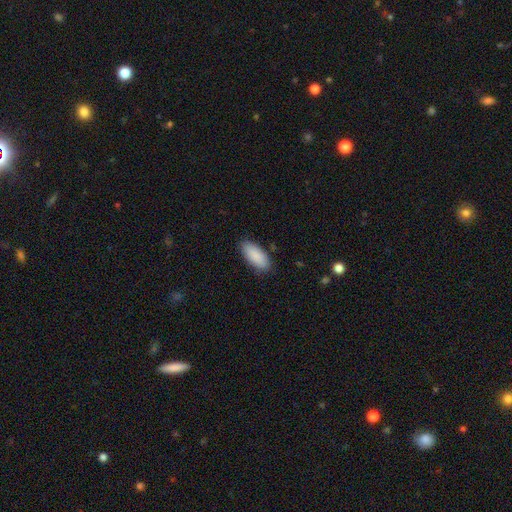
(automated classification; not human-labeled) Overall: smooth (89%). How rounded: in between (85%). Merging: none (86%).